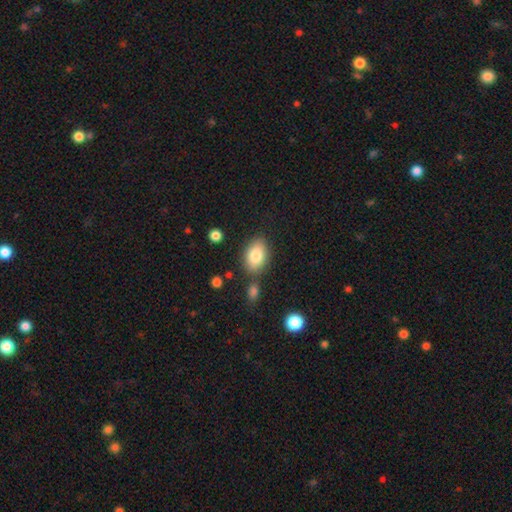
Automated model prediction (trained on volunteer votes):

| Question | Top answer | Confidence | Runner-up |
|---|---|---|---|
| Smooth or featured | smooth | 82% | featured or disk (10%) |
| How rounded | in between | 86% | round (12%) |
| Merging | none | 75% | minor disturbance (13%) |